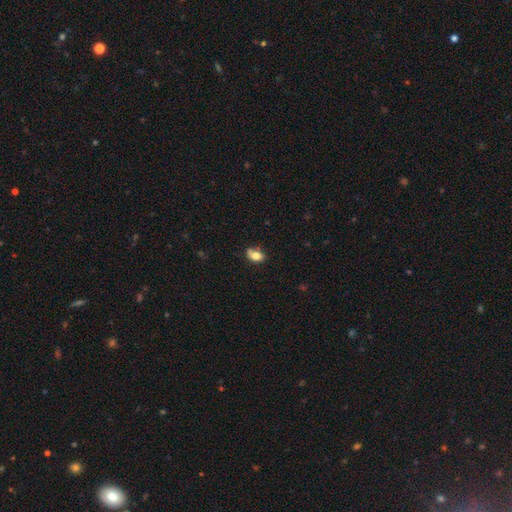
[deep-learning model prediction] The model was most divided on "merging": none: 52%, minor disturbance: 26%, merger: 14%, major disturbance: 7%. More confident: smooth or featured — smooth (77%); how rounded — in between (76%).